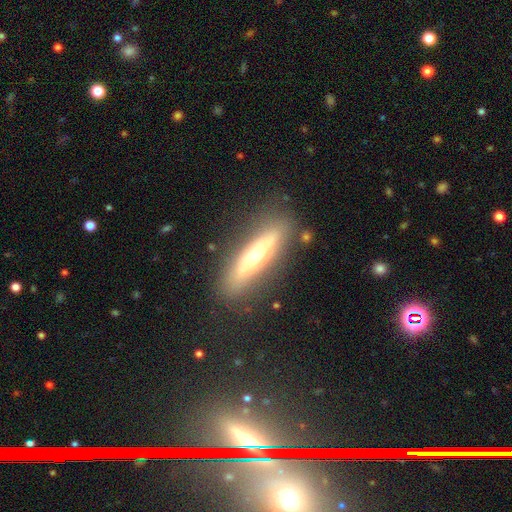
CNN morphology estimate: type=featured or disk (48%); merging=none (82%).